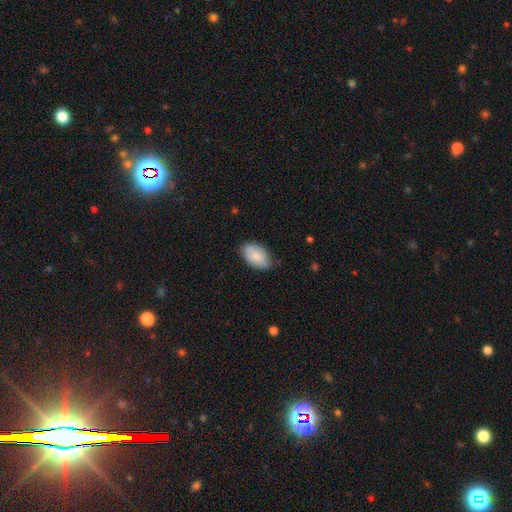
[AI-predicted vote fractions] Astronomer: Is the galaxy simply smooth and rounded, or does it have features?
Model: smooth — 79%.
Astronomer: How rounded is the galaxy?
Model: in between — 92%.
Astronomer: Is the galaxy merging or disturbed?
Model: none — 68%.